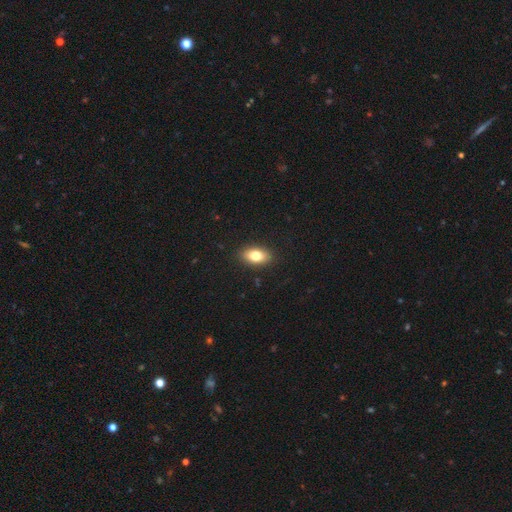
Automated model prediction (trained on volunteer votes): Q: Smooth or featured?
A: smooth (79%); runner-up: featured or disk (13%)
Q: How rounded?
A: in between (88%); runner-up: round (8%)
Q: Merging?
A: none (89%); runner-up: minor disturbance (8%)